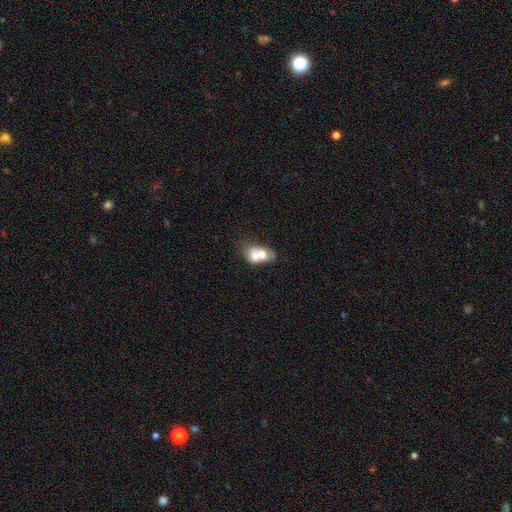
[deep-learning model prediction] Smooth or featured?
  - smooth: 59% *
  - featured or disk: 32%
  - star or artifact: 8%
How rounded?
  - in between: 70% *
  - round: 28%
  - cigar-shaped: 2%
Merging?
  - merger: 69% *
  - none: 17%
  - minor disturbance: 8%
  - major disturbance: 6%